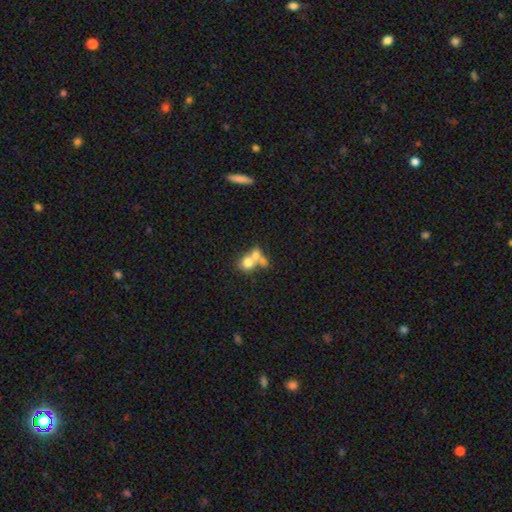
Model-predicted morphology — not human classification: This is likely a smooth galaxy (67%). How rounded: likely round (68%). Merging: likely merger (64%).